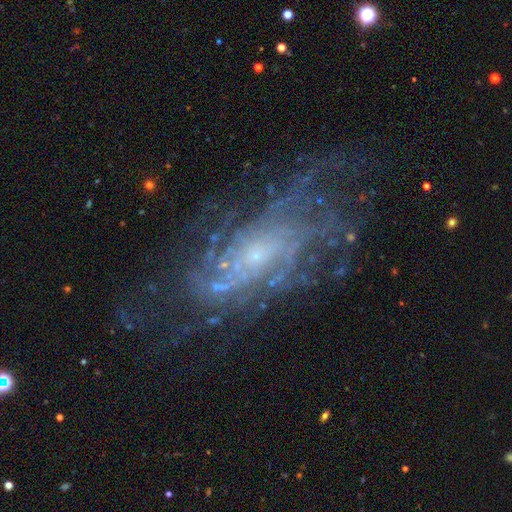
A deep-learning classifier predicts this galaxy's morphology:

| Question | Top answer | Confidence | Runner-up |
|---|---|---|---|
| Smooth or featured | featured or disk | 83% | star or artifact (9%) |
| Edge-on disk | no | 93% | yes (7%) |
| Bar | no | 71% | weak (23%) |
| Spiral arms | yes | 91% | no (9%) |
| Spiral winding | tight | 57% | medium (31%) |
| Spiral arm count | can't tell | 44% | 4 (15%) |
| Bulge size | small | 78% | moderate (15%) |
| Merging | none | 70% | minor disturbance (17%) |